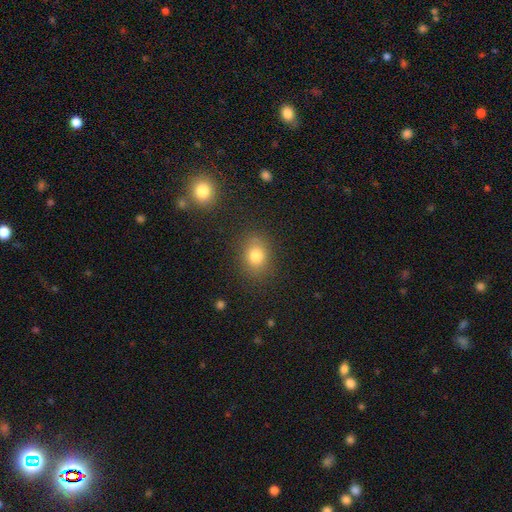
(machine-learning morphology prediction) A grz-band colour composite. It shows a smooth galaxy with no disk features (79%) that is round (55%). Merging: none (83%).